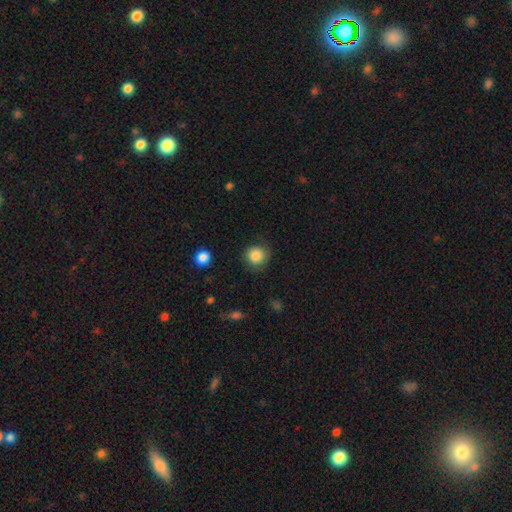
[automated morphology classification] smooth 85%, star or artifact 9%, featured or disk 5%. Down the decision tree: how rounded — round (92%); merging — none (81%).